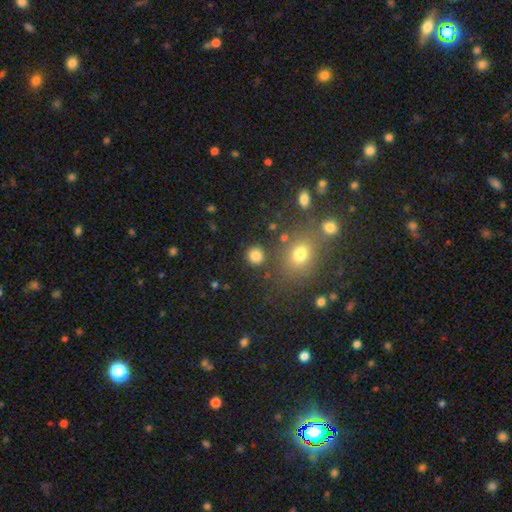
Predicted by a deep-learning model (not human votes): Smooth or featured? smooth (82%)
How rounded? round (88%)
Merging? none (84%)